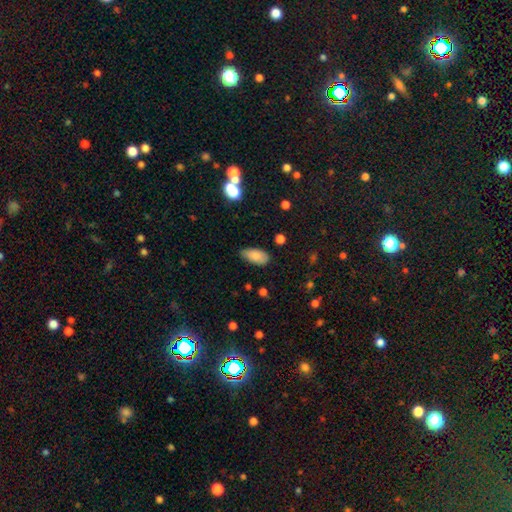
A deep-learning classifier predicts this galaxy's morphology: This is clearly a smooth galaxy (83%). How rounded: clearly in between (92%). Merging: likely none (71%).